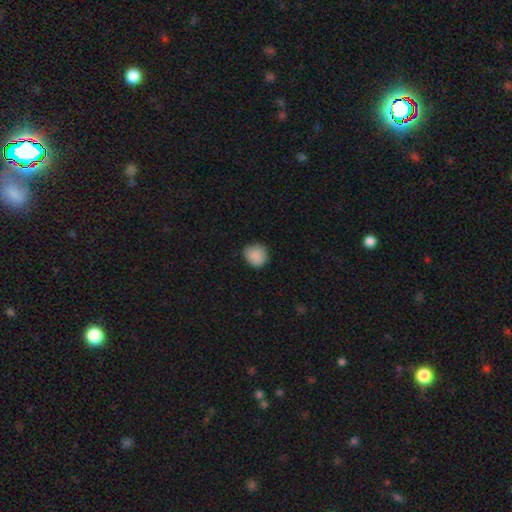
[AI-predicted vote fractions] Smooth or featured? smooth (87%)
How rounded? round (84%)
Merging? none (79%)